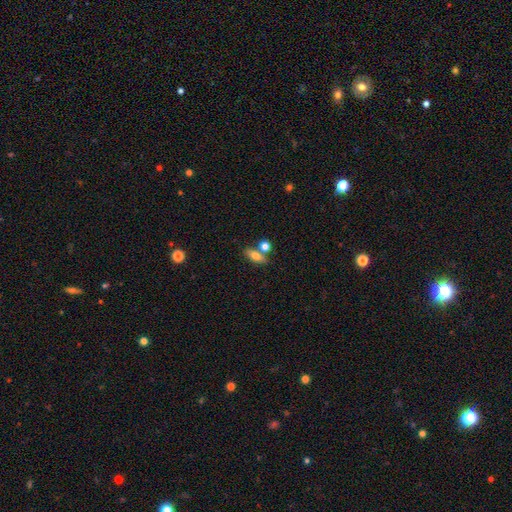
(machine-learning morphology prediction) type=smooth (71%); roundness=in between (71%); merging=none (61%).